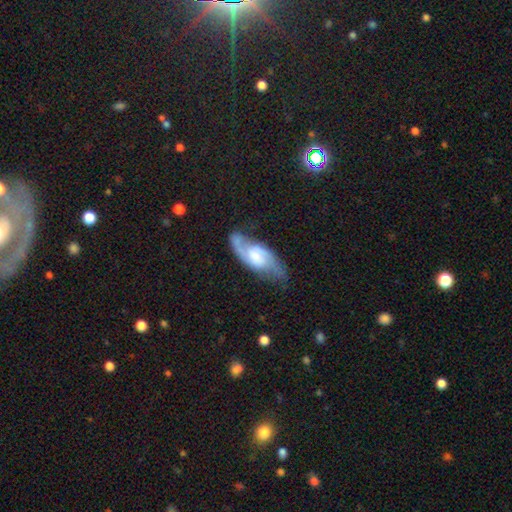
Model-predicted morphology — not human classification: smooth-or-featured: featured or disk: 83% | smooth: 11% | star or artifact: 5%
  disk-edge-on: no: 93% | yes: 7%
    bar: weak: 44% | no: 43% | strong: 13%
    has-spiral-arms: yes: 96% | no: 4%
      spiral-winding: medium: 51% | loose: 32% | tight: 17%
      spiral-arm-count: 2: 90% | can't tell: 4% | 1: 3% | 3: 1% | 4: 1% | more than 4: 1%
    bulge-size: moderate: 30% | small: 24% | large: 22% | none: 22% | dominant: 3%
  merging: none: 71% | minor disturbance: 19% | major disturbance: 9% | merger: 2%